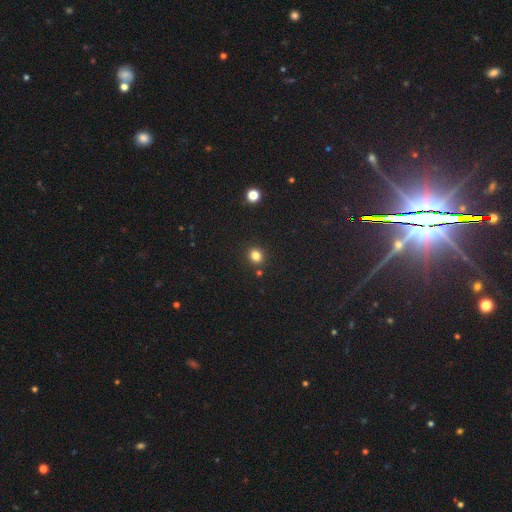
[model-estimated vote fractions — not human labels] Morphology: type=smooth (82%); roundness=round (72%); merging=none (87%).